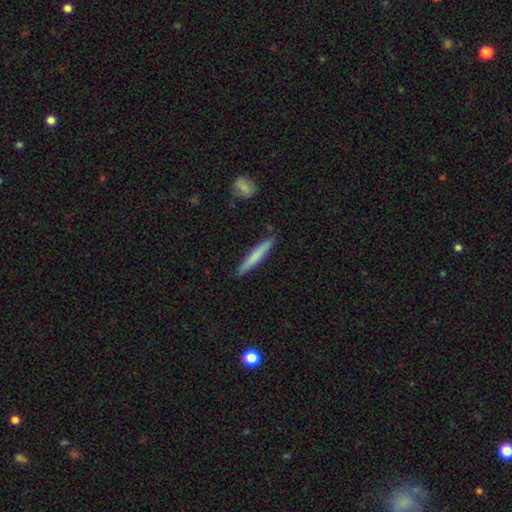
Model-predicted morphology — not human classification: A smooth galaxy with no disk features (68%) that is cigar-shaped (95%). Merging: none (87%).